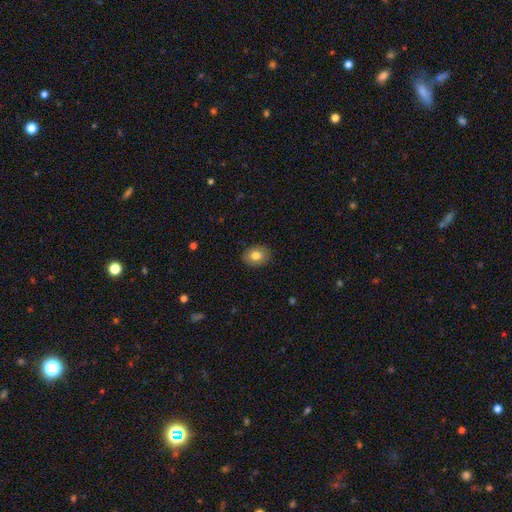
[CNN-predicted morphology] This is likely a smooth galaxy (80%). How rounded: possibly in between (55%). Merging: clearly none (88%).